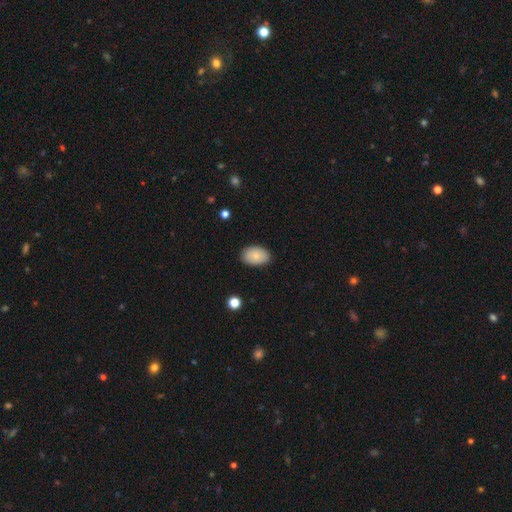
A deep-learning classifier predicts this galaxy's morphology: Smooth or featured?
  - smooth: 83% *
  - featured or disk: 10%
  - star or artifact: 7%
How rounded?
  - in between: 89% *
  - round: 10%
  - cigar-shaped: 1%
Merging?
  - none: 86% *
  - minor disturbance: 11%
  - major disturbance: 2%
  - merger: 1%